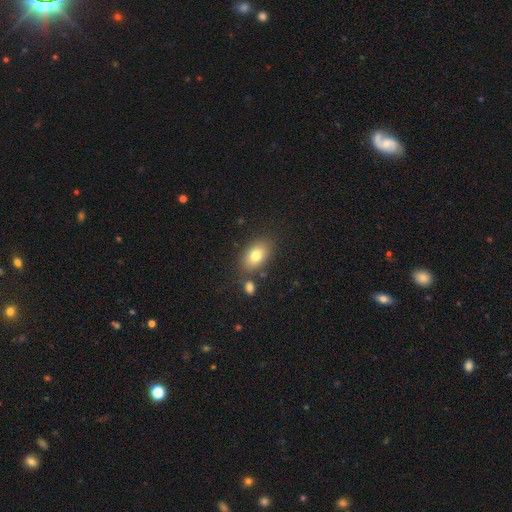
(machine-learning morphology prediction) Q: Smooth or featured?
A: smooth (78%); runner-up: featured or disk (13%)
Q: How rounded?
A: in between (86%); runner-up: round (12%)
Q: Merging?
A: none (76%); runner-up: minor disturbance (12%)